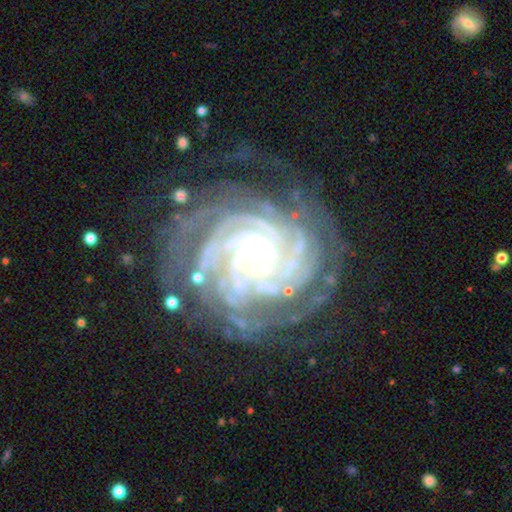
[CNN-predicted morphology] A featured or disk galaxy (92%) with no bar (66%), more than 4 (31%) tight (83%) spiral arms (98%) and a moderate central bulge (59%). Merging: none (73%).